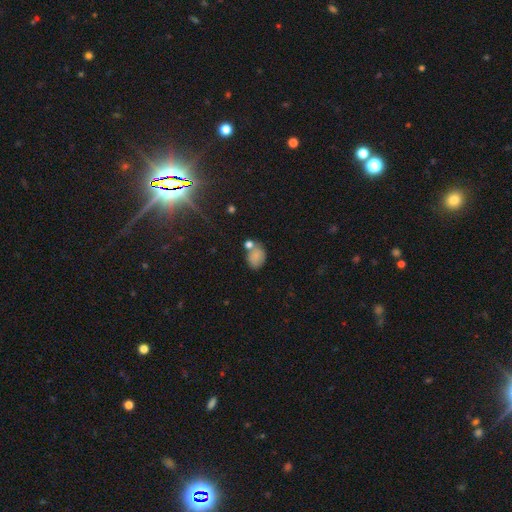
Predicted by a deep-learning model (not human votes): Smooth or featured?
  - smooth: 78% *
  - star or artifact: 12%
  - featured or disk: 10%
How rounded?
  - in between: 63% *
  - round: 36%
  - cigar-shaped: 1%
Merging?
  - none: 51% *
  - merger: 24%
  - minor disturbance: 18%
  - major disturbance: 7%